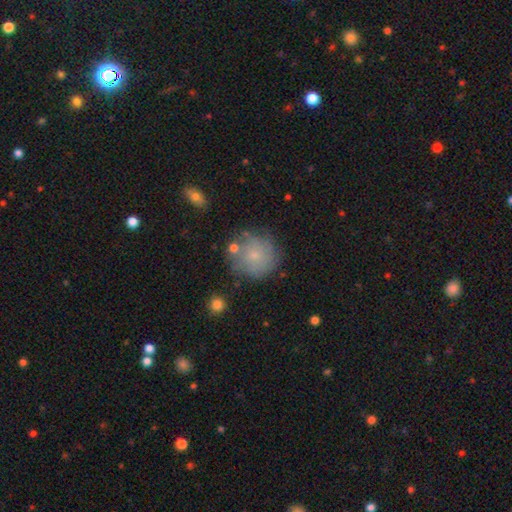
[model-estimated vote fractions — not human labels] A smooth galaxy with no disk features (62%) that is round (92%).

Vote fractions:
- Smooth or featured? smooth: 62% / featured or disk: 28% / star or artifact: 10%
- How rounded? round: 92% / in between: 7% / cigar-shaped: 1%
- Merging? none: 68% / minor disturbance: 19% / major disturbance: 7% / merger: 6%